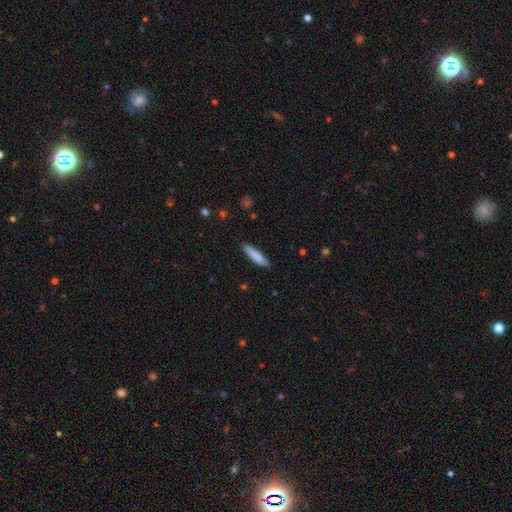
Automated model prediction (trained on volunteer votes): This appears to be a smooth galaxy with no disk features (83%) that is cigar-shaped (87%). Merging: none (89%).